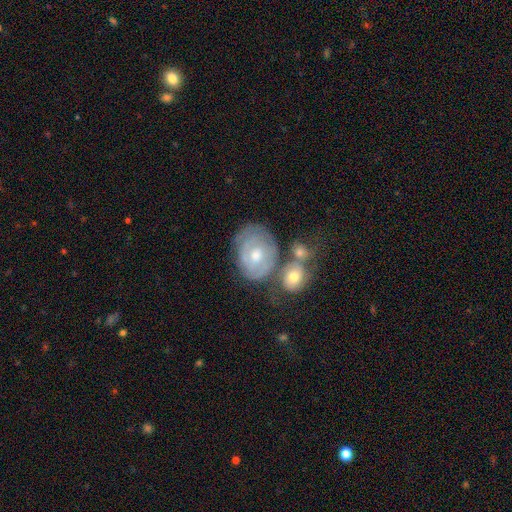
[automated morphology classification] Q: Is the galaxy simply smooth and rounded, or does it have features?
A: featured or disk — 69%.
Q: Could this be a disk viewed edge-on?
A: no — 96%.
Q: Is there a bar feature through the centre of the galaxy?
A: no — 66%.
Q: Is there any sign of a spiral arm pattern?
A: yes — 78%.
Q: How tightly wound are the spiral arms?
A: tight — 73%.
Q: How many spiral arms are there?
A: can't tell — 49%.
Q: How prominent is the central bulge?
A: moderate — 68%.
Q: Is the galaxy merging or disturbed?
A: none — 48%.